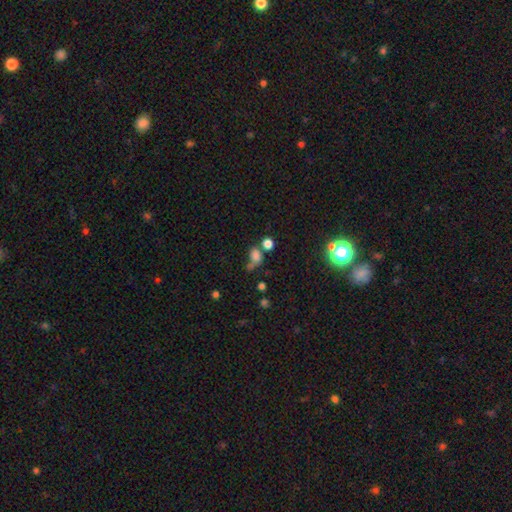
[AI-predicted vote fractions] smooth-or-featured: smooth: 72% | star or artifact: 18% | featured or disk: 10%
  how-rounded: in between: 55% | round: 42% | cigar-shaped: 2%
  merging: none: 34% | merger: 31% | minor disturbance: 18% | major disturbance: 17%